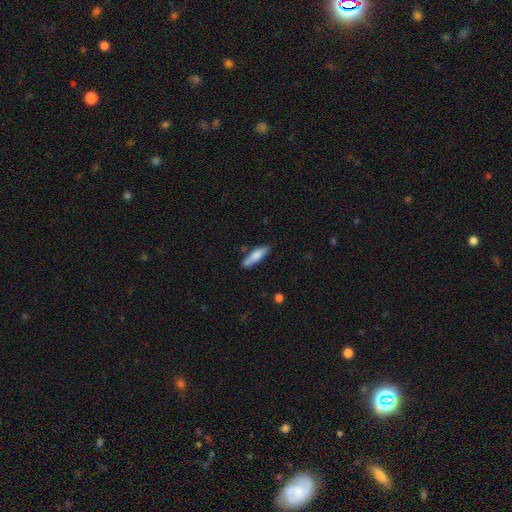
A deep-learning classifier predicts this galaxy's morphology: smooth 75%, featured or disk 19%, star or artifact 6%. Down the decision tree: how rounded — cigar-shaped (64%); merging — none (68%).